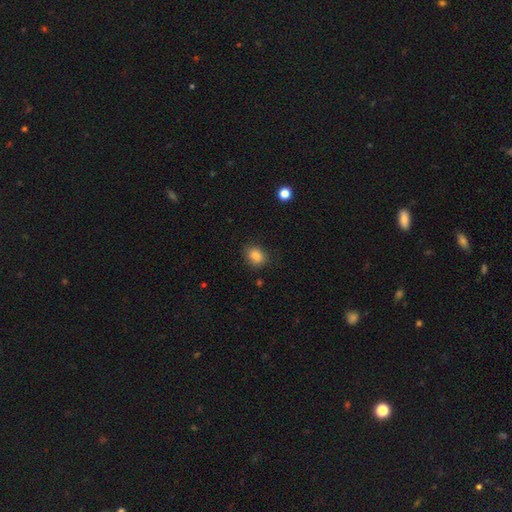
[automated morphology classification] Smooth or featured? Predicted: smooth (p=0.85). How rounded? Predicted: in between (p=0.51). Merging? Predicted: none (p=0.83).